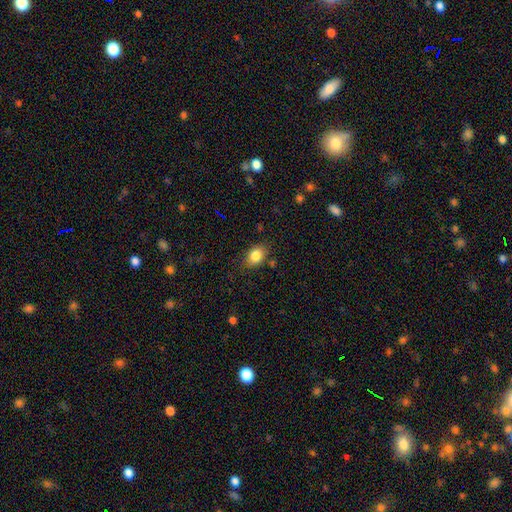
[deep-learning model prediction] Q: Smooth or featured?
A: smooth (83%); runner-up: star or artifact (9%)
Q: How rounded?
A: in between (72%); runner-up: round (27%)
Q: Merging?
A: none (78%); runner-up: minor disturbance (16%)